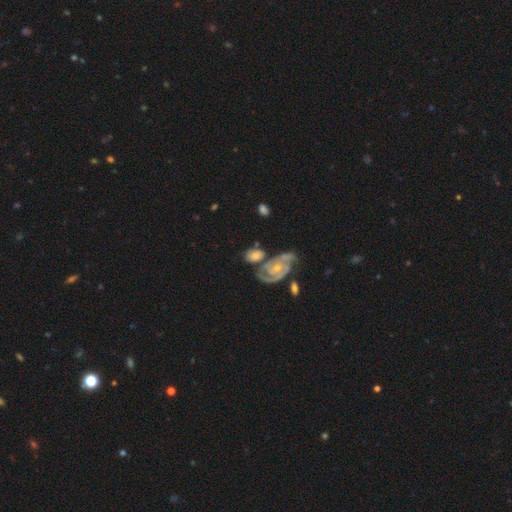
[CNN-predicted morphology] type=featured or disk (64%); edge-on=no (95%); bar=no (66%); spiral arms=yes (90%); winding=tight (48%); arm count=2 (69%); bulge=small (59%); merging=none (49%).